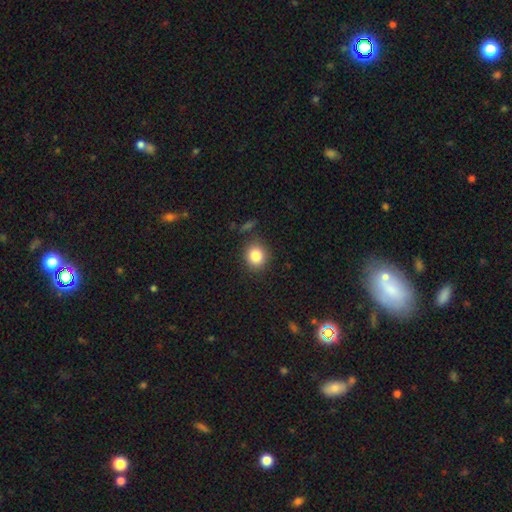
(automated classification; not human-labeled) A smooth galaxy with no disk features (84%) that is round (79%). Merging: none (84%).